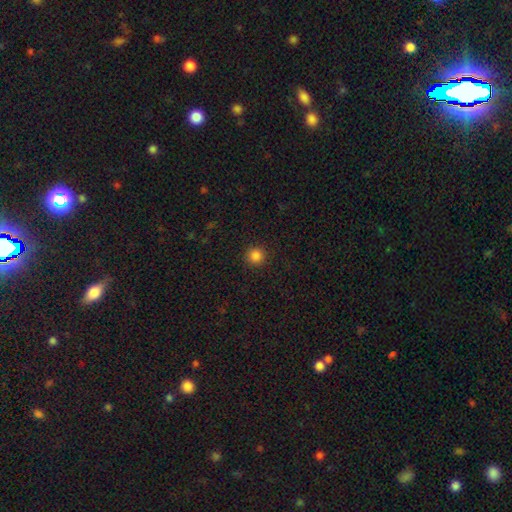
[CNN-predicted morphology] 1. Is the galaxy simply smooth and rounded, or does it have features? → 84% smooth, 12% star or artifact, 4% featured or disk.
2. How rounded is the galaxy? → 95% round, 4% in between, 1% cigar-shaped.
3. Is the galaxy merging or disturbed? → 92% none, 5% minor disturbance, 2% major disturbance, 1% merger.